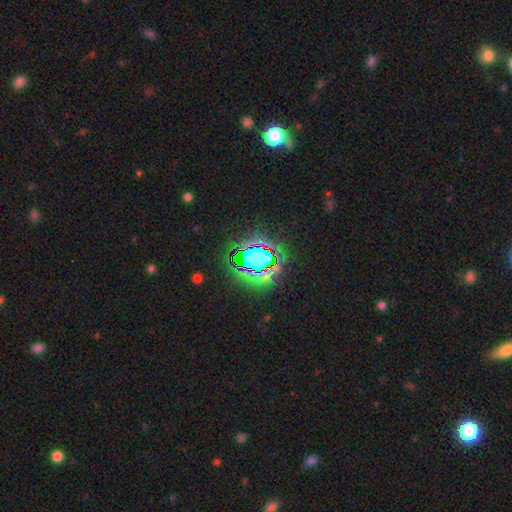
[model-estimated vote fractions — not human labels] Smooth or featured?
  - star or artifact: 74% *
  - smooth: 15%
  - featured or disk: 11%